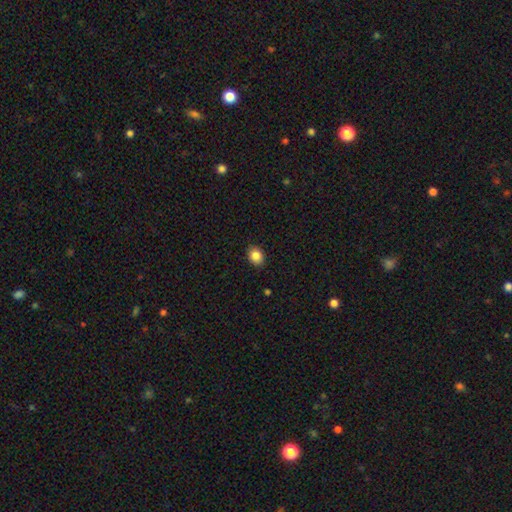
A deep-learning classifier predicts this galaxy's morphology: type=smooth (86%); roundness=in between (55%); merging=none (89%).